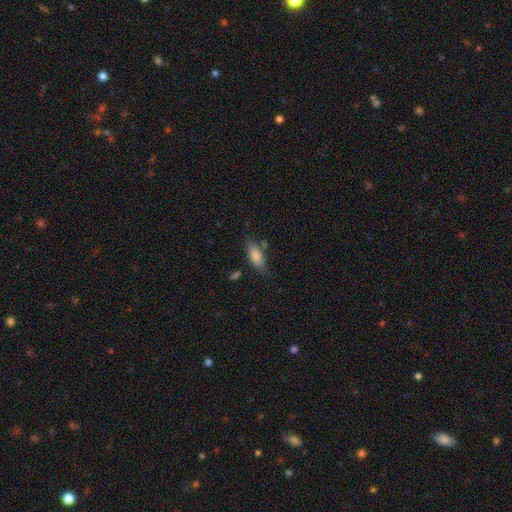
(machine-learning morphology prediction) type=smooth (82%); roundness=in between (80%); merging=none (64%).